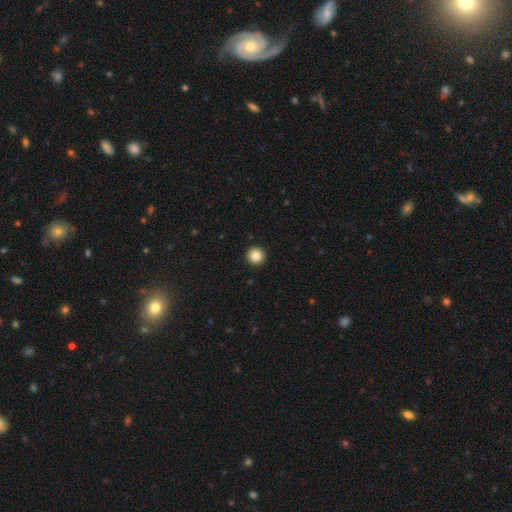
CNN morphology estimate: A smooth galaxy with no disk features (86%) that is round (96%).

Vote fractions:
- Smooth or featured? smooth: 86% / star or artifact: 10% / featured or disk: 4%
- How rounded? round: 96% / in between: 3% / cigar-shaped: 1%
- Merging? none: 94% / minor disturbance: 4% / major disturbance: 1% / merger: 1%